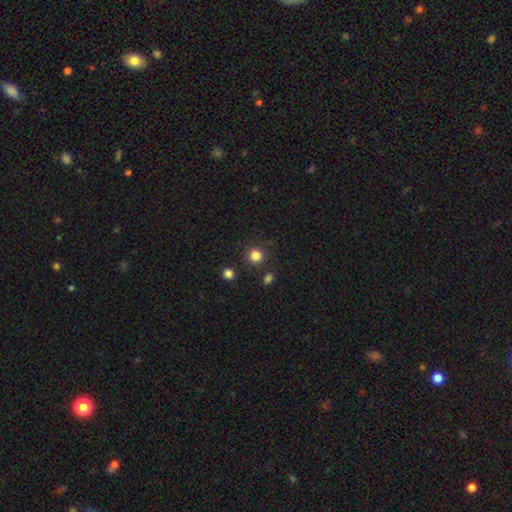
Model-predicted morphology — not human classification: Smooth or featured? smooth (83%)
How rounded? round (91%)
Merging? none (86%)